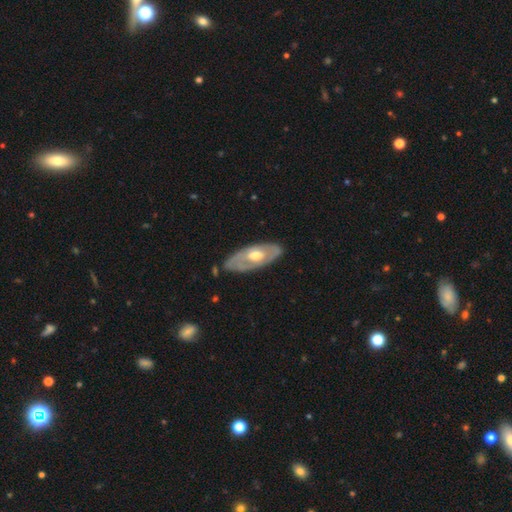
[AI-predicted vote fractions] Morphology: type=featured or disk (64%); edge-on=no (83%); bar=no (73%); spiral arms=no (62%); bulge=moderate (73%); merging=none (74%).